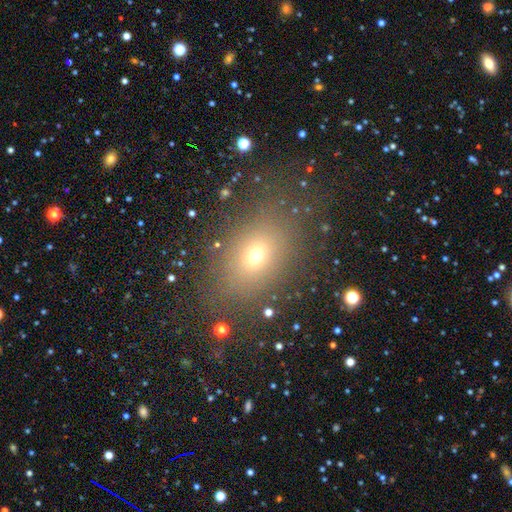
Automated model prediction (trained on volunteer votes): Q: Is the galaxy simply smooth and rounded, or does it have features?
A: smooth — 64%.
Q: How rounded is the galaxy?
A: in between — 61%.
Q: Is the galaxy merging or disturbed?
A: none — 79%.